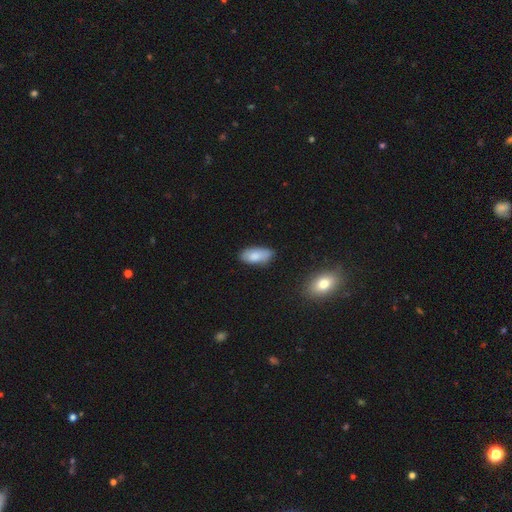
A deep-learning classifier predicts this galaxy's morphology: A smooth galaxy with no disk features (83%) that is in between round and cigar-shaped (88%).

Vote fractions:
- Smooth or featured? smooth: 83% / featured or disk: 10% / star or artifact: 7%
- How rounded? in between: 88% / cigar-shaped: 10% / round: 2%
- Merging? none: 78% / minor disturbance: 17% / major disturbance: 3% / merger: 2%